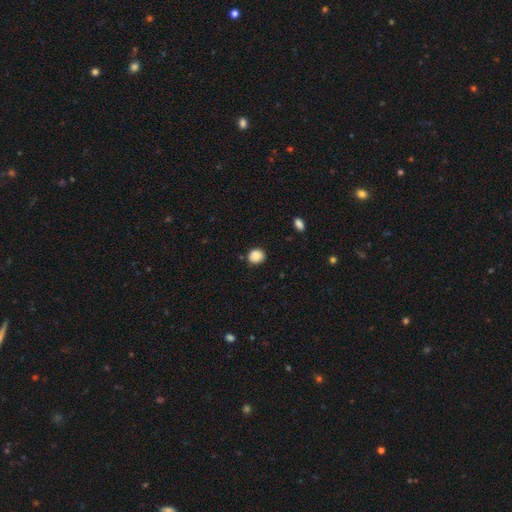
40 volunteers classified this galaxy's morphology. smooth-or-featured: smooth: 100% | featured or disk: 0% | star or artifact: 0%
  how-rounded: round: 70% | in between: 28% | cigar-shaped: 2%
  merging: none: 85% | minor disturbance: 10% | major disturbance: 2% | merger: 2%